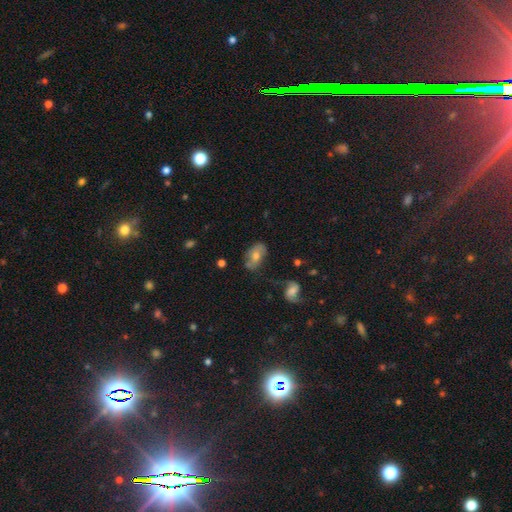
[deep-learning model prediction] featured or disk 45%, smooth 44%, star or artifact 11%. Down the decision tree: merging — none (63%).